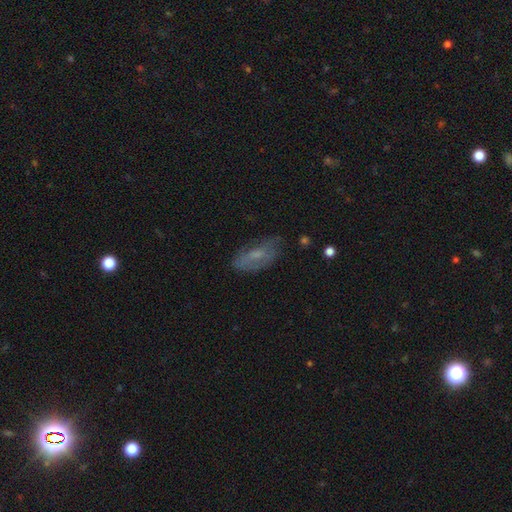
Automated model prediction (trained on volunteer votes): smooth-or-featured: smooth: 52% | featured or disk: 38% | star or artifact: 10%
  how-rounded: in between: 83% | cigar-shaped: 13% | round: 4%
  merging: none: 63% | minor disturbance: 25% | major disturbance: 10% | merger: 2%